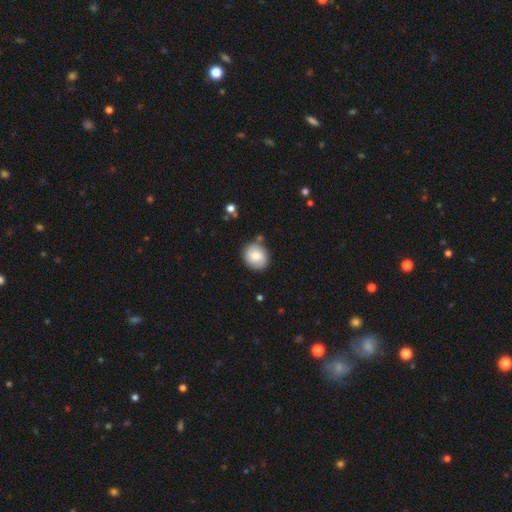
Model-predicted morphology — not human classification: smooth-or-featured: smooth: 76% | featured or disk: 17% | star or artifact: 8%
  how-rounded: round: 77% | in between: 22% | cigar-shaped: 1%
  merging: none: 81% | minor disturbance: 12% | merger: 4% | major disturbance: 3%